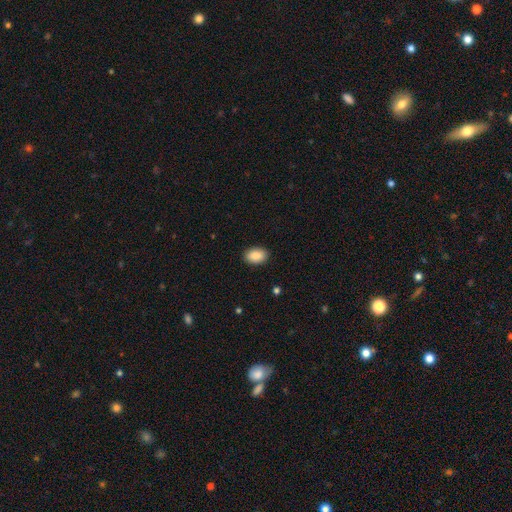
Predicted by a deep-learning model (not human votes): Smooth or featured? smooth (88%)
How rounded? in between (86%)
Merging? none (89%)